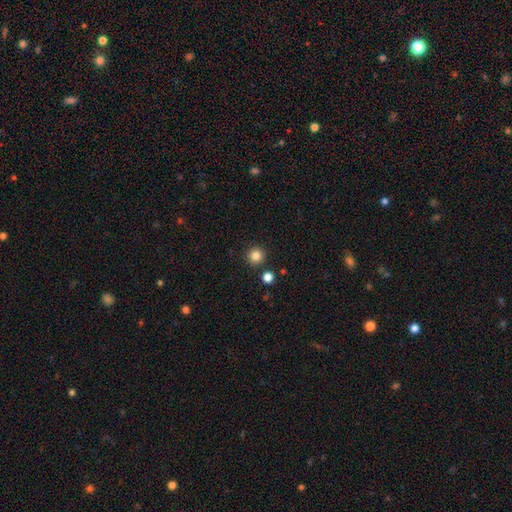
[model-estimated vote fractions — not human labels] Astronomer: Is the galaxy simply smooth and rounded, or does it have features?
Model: smooth — 84%.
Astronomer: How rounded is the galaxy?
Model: round — 96%.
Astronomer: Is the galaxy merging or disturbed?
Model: none — 90%.